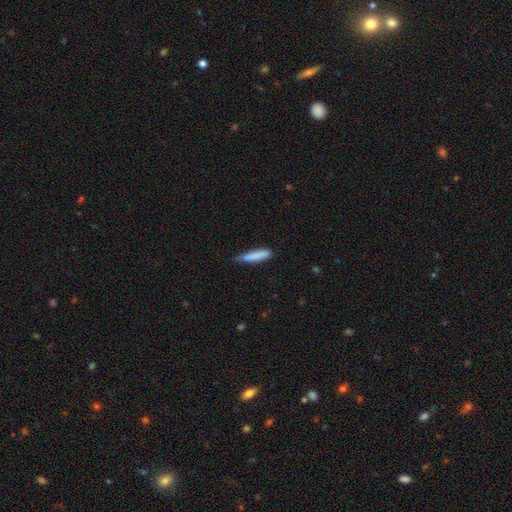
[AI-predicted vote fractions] This appears to be a smooth galaxy with no disk features (82%) that is cigar-shaped (84%). Merging: none (60%).